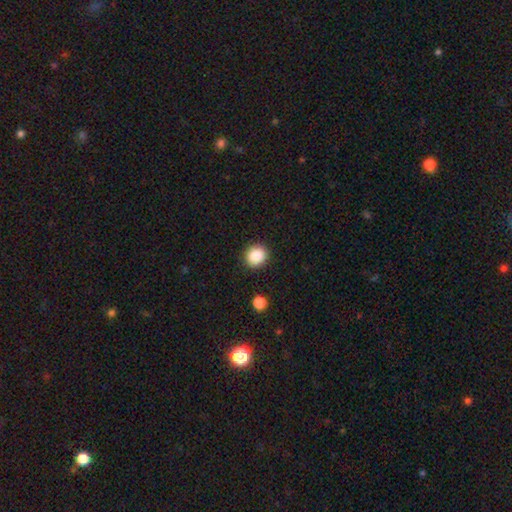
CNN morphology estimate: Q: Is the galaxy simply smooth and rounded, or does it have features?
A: smooth — 87%.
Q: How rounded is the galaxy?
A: round — 84%.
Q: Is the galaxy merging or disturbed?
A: none — 90%.